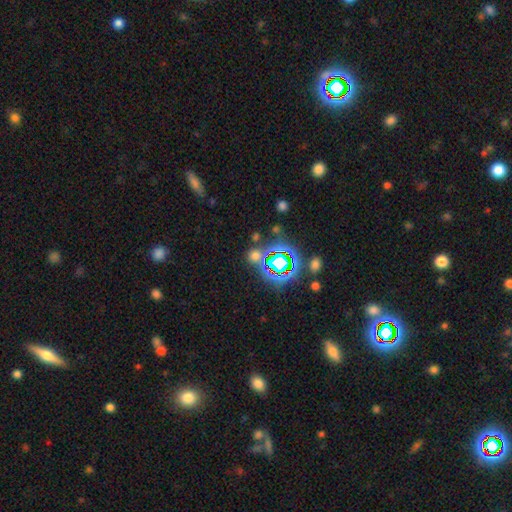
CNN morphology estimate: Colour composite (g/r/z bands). It shows a star or artifact, not a galaxy (47%).